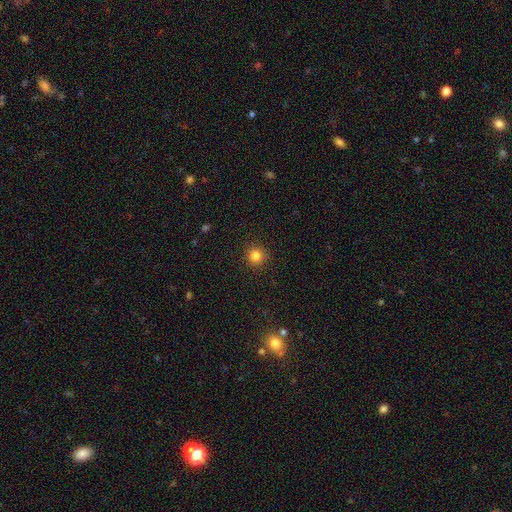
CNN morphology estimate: Q: Smooth or featured?
A: smooth (83%); runner-up: star or artifact (12%)
Q: How rounded?
A: round (94%); runner-up: in between (5%)
Q: Merging?
A: none (91%); runner-up: minor disturbance (6%)